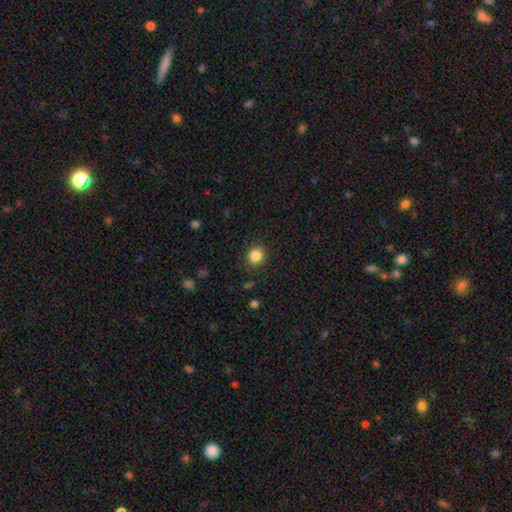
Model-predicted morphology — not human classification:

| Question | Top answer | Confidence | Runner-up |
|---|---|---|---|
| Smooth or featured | smooth | 85% | star or artifact (10%) |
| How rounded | round | 79% | in between (20%) |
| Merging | none | 88% | minor disturbance (8%) |